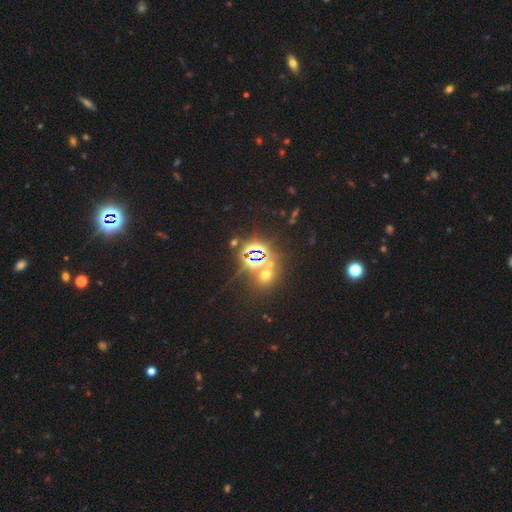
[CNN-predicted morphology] star or artifact 75%, smooth 17%, featured or disk 8%.